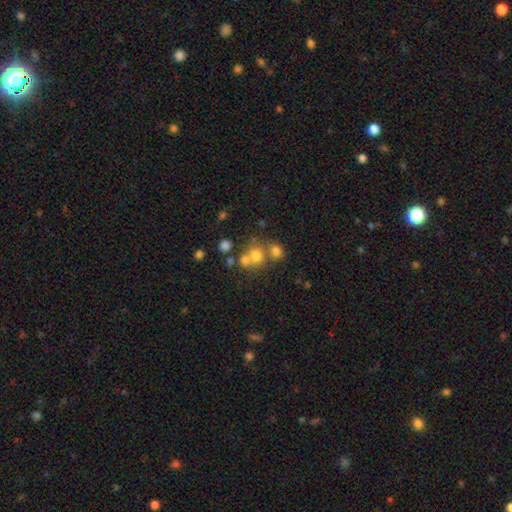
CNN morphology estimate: Smooth or featured? smooth (68%)
How rounded? round (84%)
Merging? none (48%)